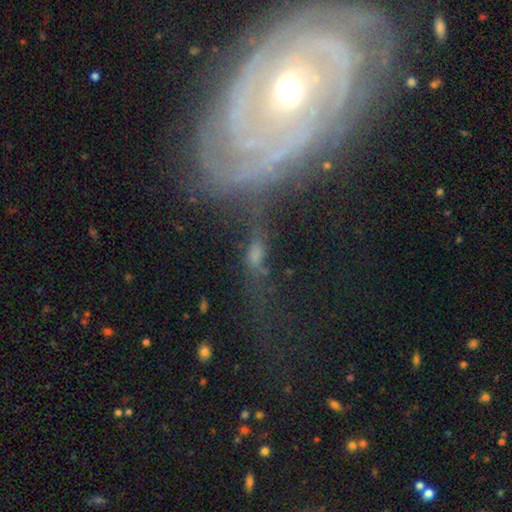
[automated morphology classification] smooth-or-featured: smooth: 46% | star or artifact: 27% | featured or disk: 27%
  merging: none: 38% | major disturbance: 22% | merger: 20% | minor disturbance: 20%